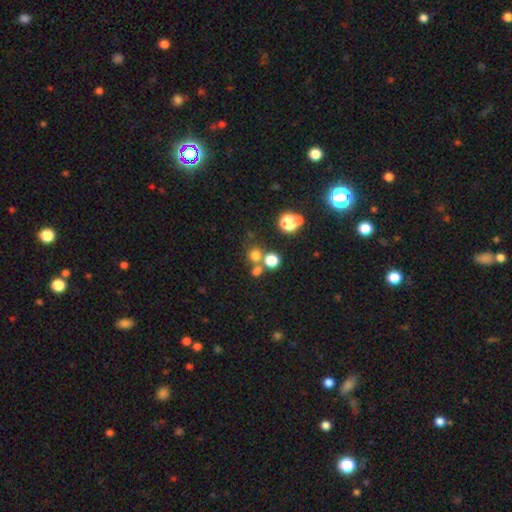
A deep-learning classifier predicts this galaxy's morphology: This appears to be a smooth galaxy with no disk features (67%) that is round (89%). Merging: none (61%).